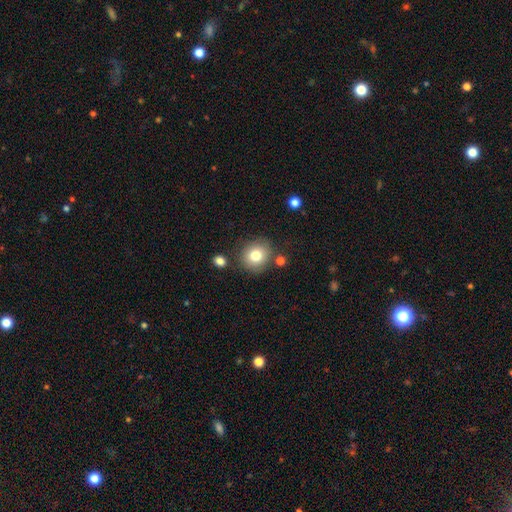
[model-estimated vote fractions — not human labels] A smooth galaxy with no disk features (79%) that is round (85%).

Vote fractions:
- Smooth or featured? smooth: 79% / star or artifact: 11% / featured or disk: 11%
- How rounded? round: 85% / in between: 14% / cigar-shaped: 1%
- Merging? none: 81% / minor disturbance: 10% / merger: 6% / major disturbance: 3%